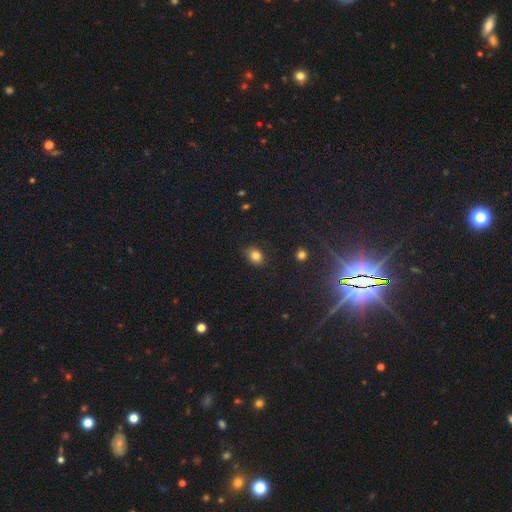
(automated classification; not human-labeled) Smooth or featured: smooth — 82% (star or artifact — 12%)
How rounded: in between — 52% (round — 47%)
Merging: none — 86% (minor disturbance — 10%)